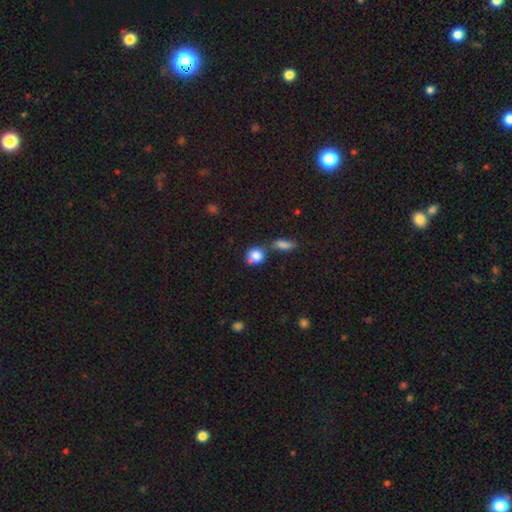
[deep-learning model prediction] Smooth or featured? smooth (81%)
How rounded? round (65%)
Merging? none (40%, tied with merger)